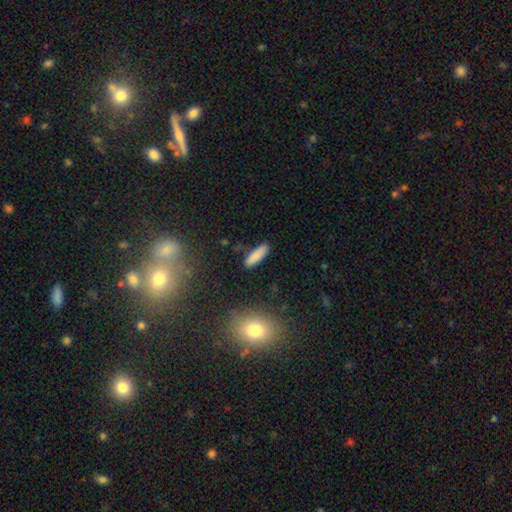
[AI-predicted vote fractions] The model was most divided on "how rounded": cigar-shaped: 62%, in between: 36%, round: 2%. More confident: merging — none (86%); smooth or featured — smooth (85%).